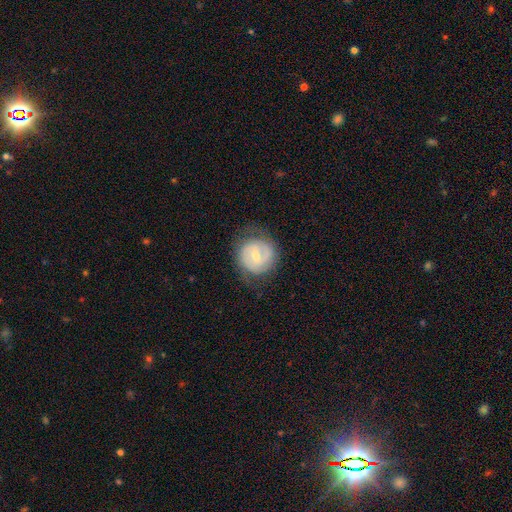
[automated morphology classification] smooth_or_featured: featured or disk (p=0.66) [alt: smooth p=0.28]
disk_edge_on: no (p=0.97) [alt: yes p=0.03]
bar: weak (p=0.52) [alt: no p=0.33]
has_spiral_arms: yes (p=0.78) [alt: no p=0.22]
bulge_size: small (p=0.49) [alt: moderate p=0.46]
merging: none (p=0.72) [alt: minor disturbance p=0.18]